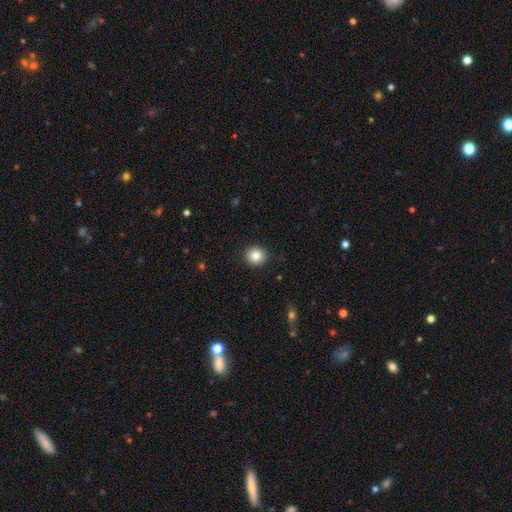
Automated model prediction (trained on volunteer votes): This appears to be a smooth galaxy with no disk features (83%) that is round (90%). Merging: none (92%).